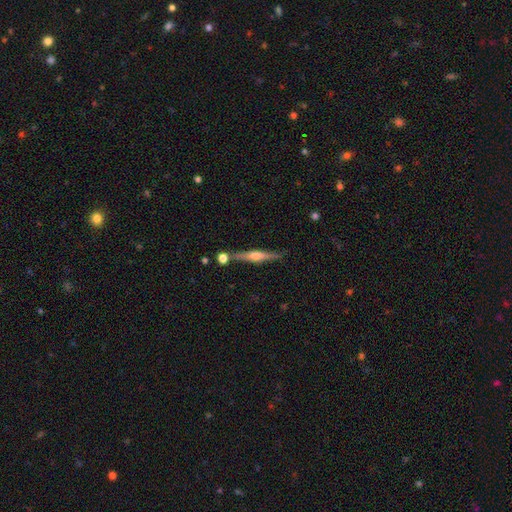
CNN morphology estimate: A featured or disk galaxy (74%) viewed edge-on (98%) with a rounded central bulge (86%). Merging: none (81%).